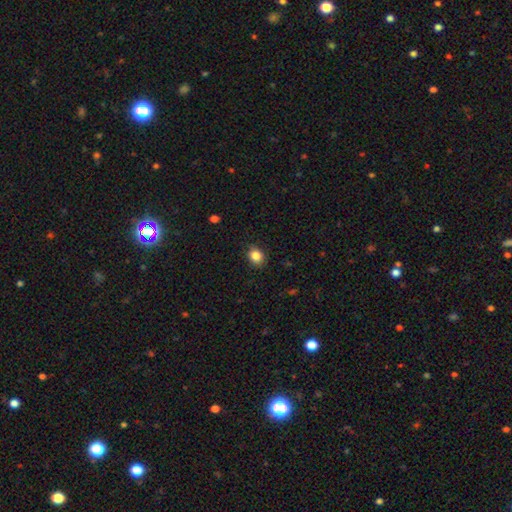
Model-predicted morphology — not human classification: smooth 84%, star or artifact 11%, featured or disk 5%. Down the decision tree: how rounded — round (60%); merging — none (87%).